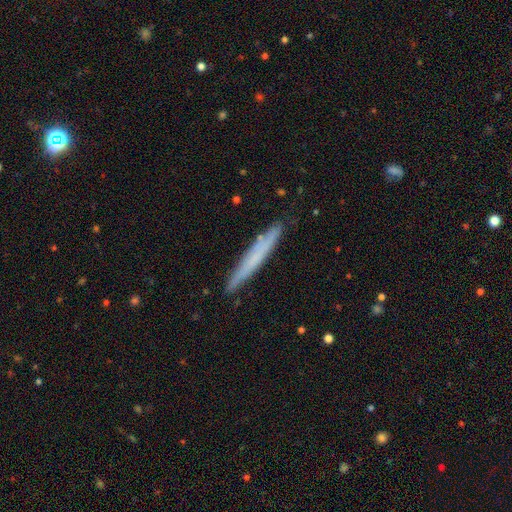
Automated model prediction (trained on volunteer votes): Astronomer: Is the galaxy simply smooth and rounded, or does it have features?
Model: smooth — 55% (runner-up: featured or disk, 38%).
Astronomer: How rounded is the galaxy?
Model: cigar-shaped — 96%.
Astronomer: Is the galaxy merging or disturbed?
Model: none — 87%.